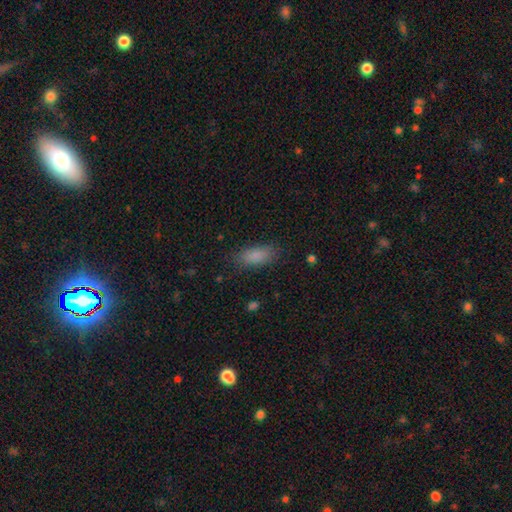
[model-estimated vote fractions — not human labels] smooth-or-featured: smooth: 85% | star or artifact: 9% | featured or disk: 6%
  how-rounded: in between: 80% | cigar-shaped: 17% | round: 3%
  merging: none: 82% | minor disturbance: 13% | major disturbance: 4% | merger: 1%